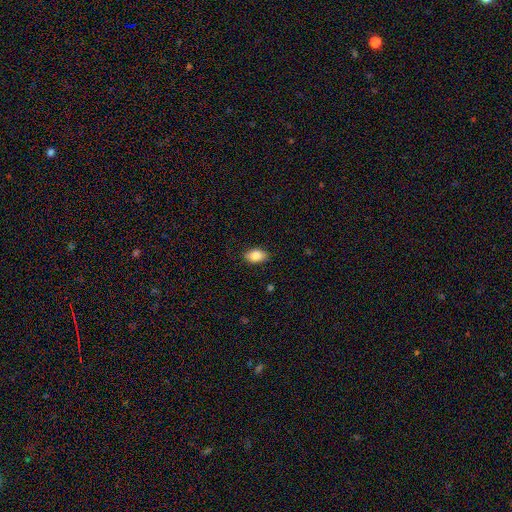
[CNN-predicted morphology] Smooth or featured? smooth (86%)
How rounded? in between (90%)
Merging? none (86%)